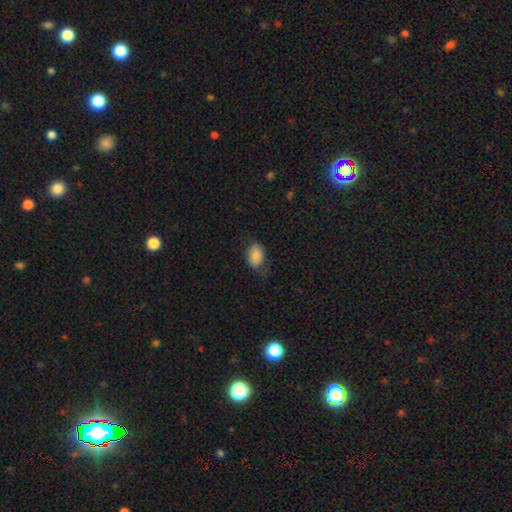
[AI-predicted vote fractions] Smooth or featured? Predicted: smooth (p=0.81). How rounded? Predicted: in between (p=0.83). Merging? Predicted: none (p=0.63).